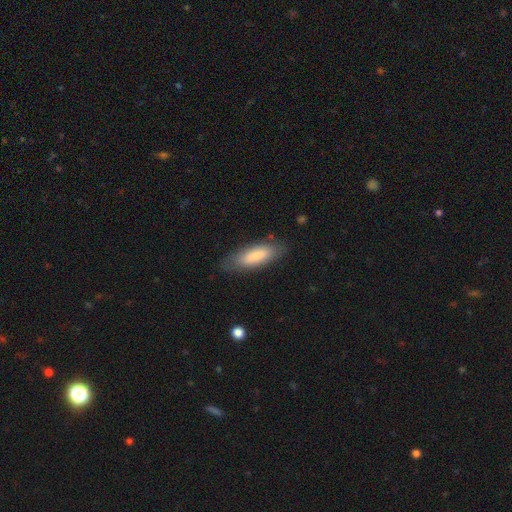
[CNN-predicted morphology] Smooth or featured?
  - smooth: 80% *
  - featured or disk: 15%
  - star or artifact: 6%
How rounded?
  - in between: 63% *
  - cigar-shaped: 35%
  - round: 2%
Merging?
  - none: 79% *
  - minor disturbance: 15%
  - major disturbance: 4%
  - merger: 2%